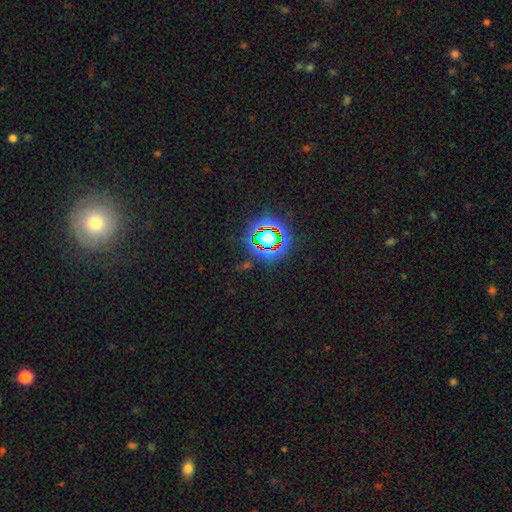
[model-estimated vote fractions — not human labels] The model was most divided on "smooth or featured": star or artifact: 77%, smooth: 14%, featured or disk: 9%.